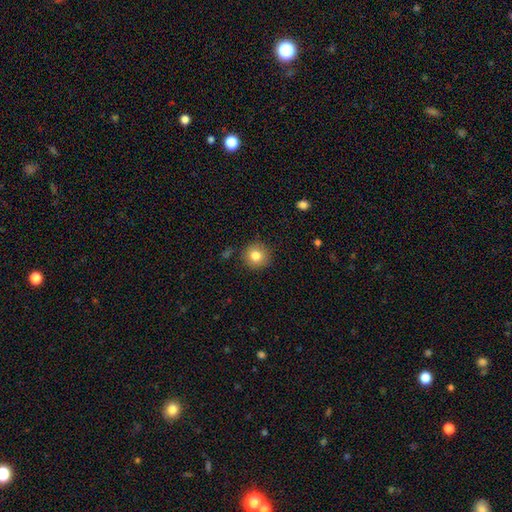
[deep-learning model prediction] The model was most divided on "smooth or featured": smooth: 81%, star or artifact: 11%, featured or disk: 9%. More confident: how rounded — round (92%); merging — none (87%).